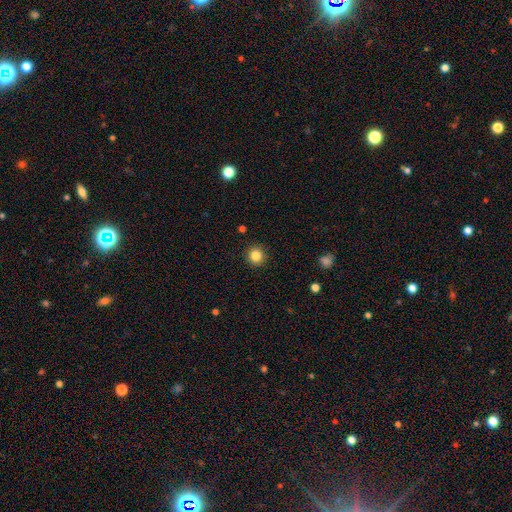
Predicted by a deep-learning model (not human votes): smooth 84%, star or artifact 11%, featured or disk 5%. Down the decision tree: how rounded — round (94%); merging — none (92%).